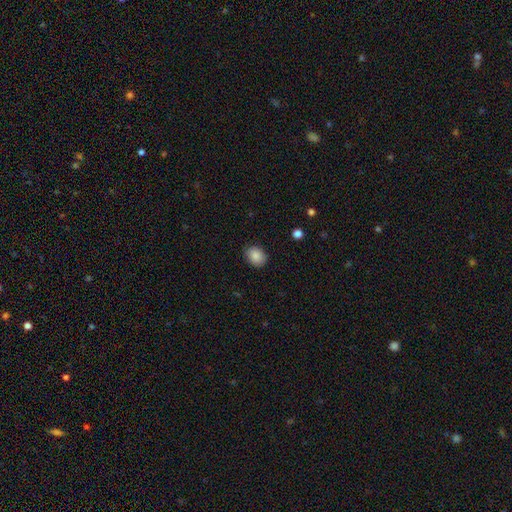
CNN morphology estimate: Q: Smooth or featured?
A: smooth (87%); runner-up: star or artifact (8%)
Q: How rounded?
A: in between (50%); runner-up: round (49%)
Q: Merging?
A: none (85%); runner-up: minor disturbance (12%)